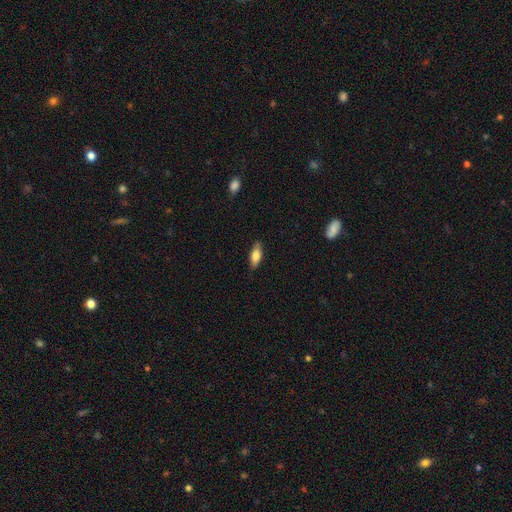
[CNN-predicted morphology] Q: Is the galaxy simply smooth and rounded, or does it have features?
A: smooth — 77%.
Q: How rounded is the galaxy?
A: in between — 74%.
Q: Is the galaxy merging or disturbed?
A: none — 84%.